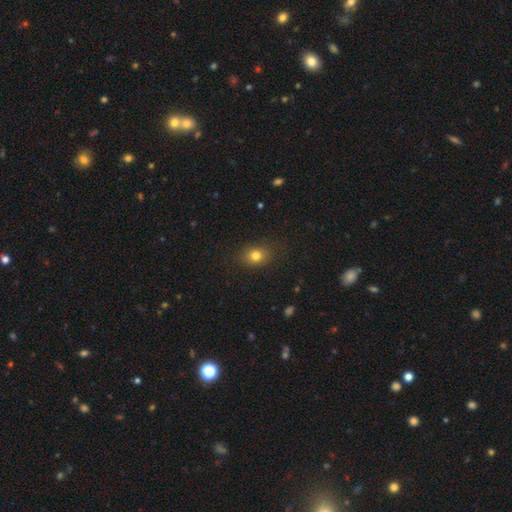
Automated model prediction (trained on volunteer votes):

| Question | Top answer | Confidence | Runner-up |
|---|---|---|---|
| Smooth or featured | smooth | 79% | star or artifact (12%) |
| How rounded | in between | 52% | round (47%) |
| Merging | none | 84% | minor disturbance (11%) |